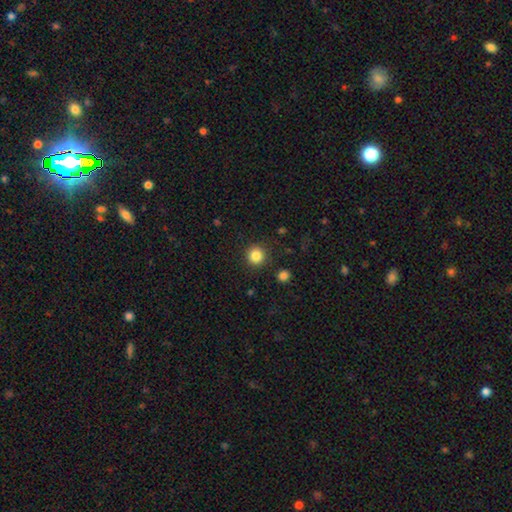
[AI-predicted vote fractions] Q: Smooth or featured?
A: smooth (85%); runner-up: star or artifact (11%)
Q: How rounded?
A: round (94%); runner-up: in between (5%)
Q: Merging?
A: none (90%); runner-up: minor disturbance (6%)